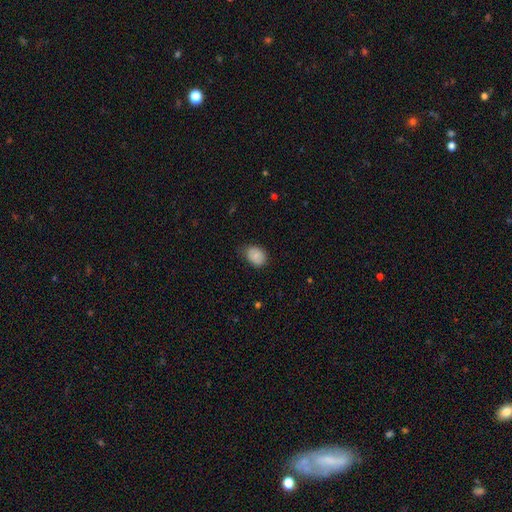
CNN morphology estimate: Q: Smooth or featured?
A: smooth (83%); runner-up: featured or disk (9%)
Q: How rounded?
A: in between (64%); runner-up: round (35%)
Q: Merging?
A: none (65%); runner-up: minor disturbance (29%)